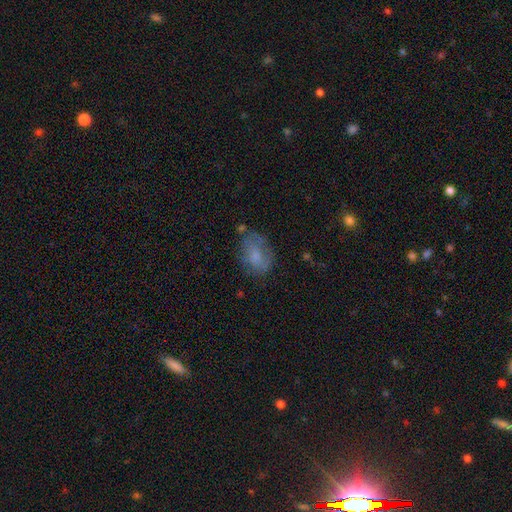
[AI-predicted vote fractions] Smooth or featured: smooth — 61% (featured or disk — 29%)
How rounded: in between — 75% (round — 23%)
Merging: none — 56% (minor disturbance — 26%)